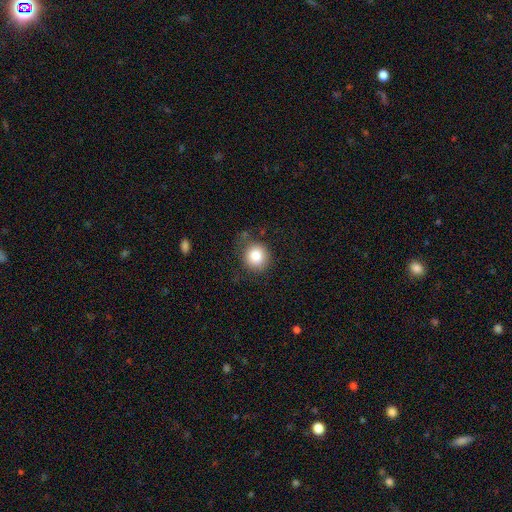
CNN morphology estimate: Smooth or featured?
  - smooth: 84% *
  - star or artifact: 10%
  - featured or disk: 7%
How rounded?
  - round: 89% *
  - in between: 10%
  - cigar-shaped: 1%
Merging?
  - none: 78% *
  - minor disturbance: 15%
  - major disturbance: 5%
  - merger: 2%